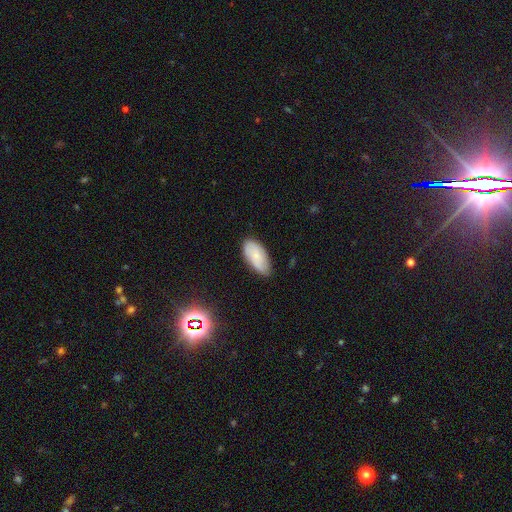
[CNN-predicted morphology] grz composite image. It shows a smooth galaxy with no disk features (71%) that is in between round and cigar-shaped (93%). Merging: none (69%).